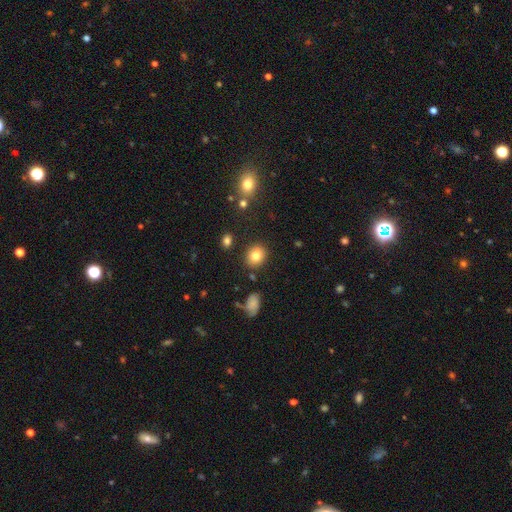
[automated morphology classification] Overall: smooth (81%). How rounded: round (67%; in between 32%). Merging: none (86%).